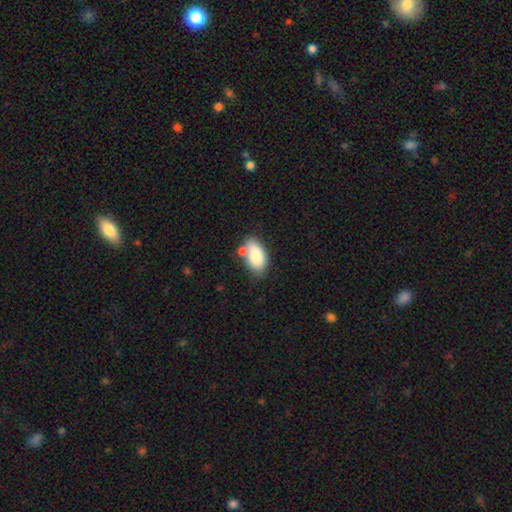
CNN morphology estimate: Overall: smooth (83%). How rounded: in between (93%). Merging: none (56%; minor disturbance 20%).